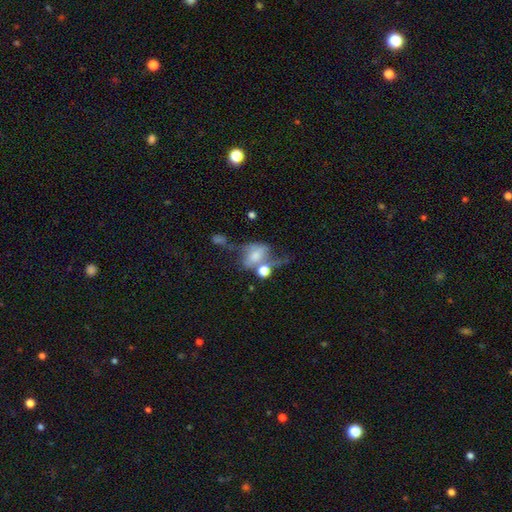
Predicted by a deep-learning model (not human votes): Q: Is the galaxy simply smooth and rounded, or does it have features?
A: featured or disk — 45%.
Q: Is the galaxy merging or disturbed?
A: major disturbance — 31%.